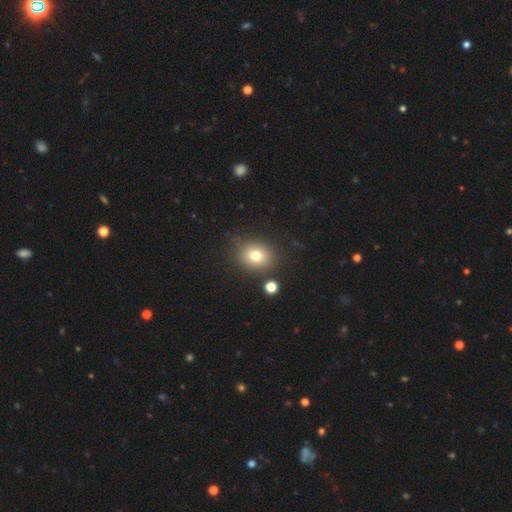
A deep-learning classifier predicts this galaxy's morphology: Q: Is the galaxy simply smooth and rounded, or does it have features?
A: smooth — 77%.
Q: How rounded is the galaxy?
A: round — 64%.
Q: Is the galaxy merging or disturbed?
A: none — 82%.